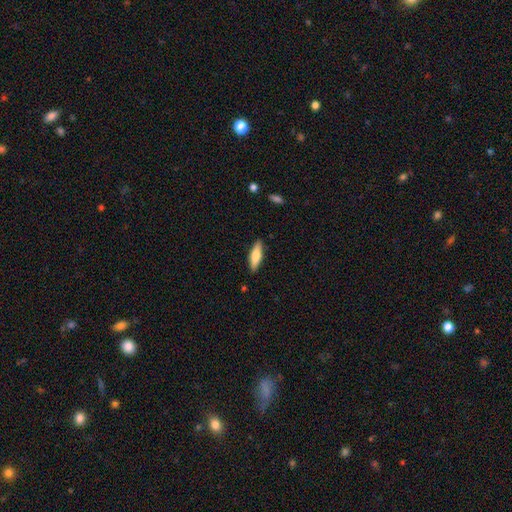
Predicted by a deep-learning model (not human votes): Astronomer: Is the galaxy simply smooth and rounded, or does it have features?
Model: smooth — 71%.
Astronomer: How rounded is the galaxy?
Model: cigar-shaped — 54% (runner-up: in between, 44%).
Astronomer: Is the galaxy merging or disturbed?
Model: none — 88%.